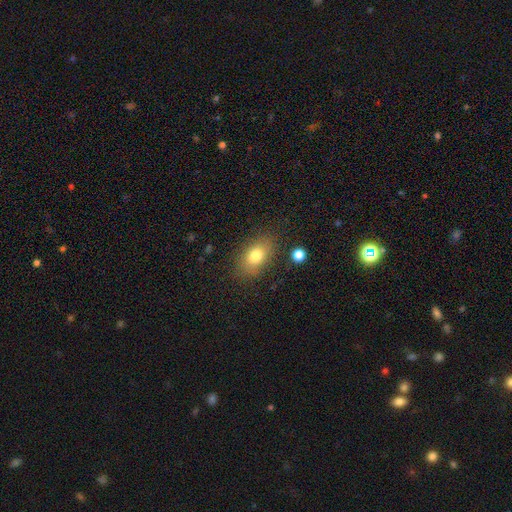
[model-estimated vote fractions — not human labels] Smooth or featured? smooth (77%)
How rounded? in between (81%)
Merging? none (81%)